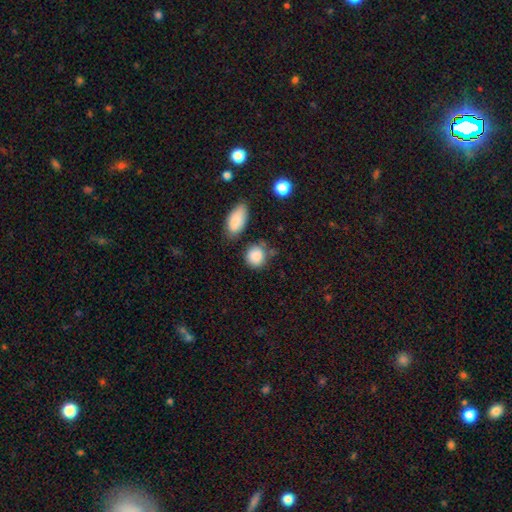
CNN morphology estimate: Q: Smooth or featured?
A: smooth (87%); runner-up: star or artifact (8%)
Q: How rounded?
A: round (72%); runner-up: in between (26%)
Q: Merging?
A: none (63%); runner-up: minor disturbance (20%)